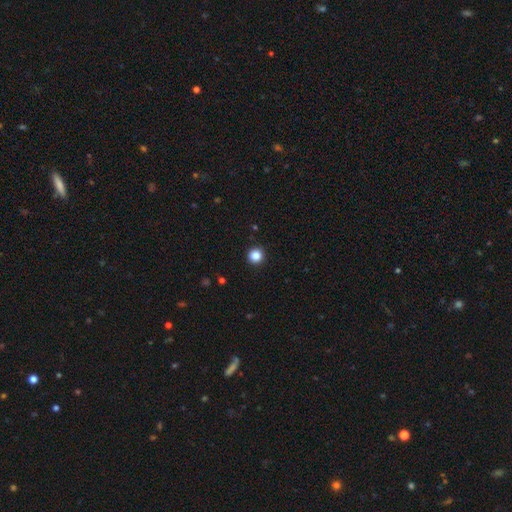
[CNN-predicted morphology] smooth 85%, star or artifact 11%, featured or disk 4%. Down the decision tree: how rounded — round (95%); merging — none (93%).